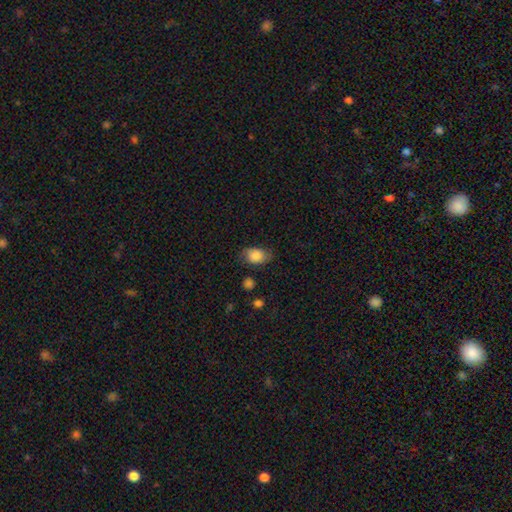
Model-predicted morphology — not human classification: smooth_or_featured: smooth (p=0.84) [alt: featured or disk p=0.08]
how_rounded: in between (p=0.82) [alt: round p=0.16]
merging: none (p=0.68) [alt: minor disturbance p=0.23]